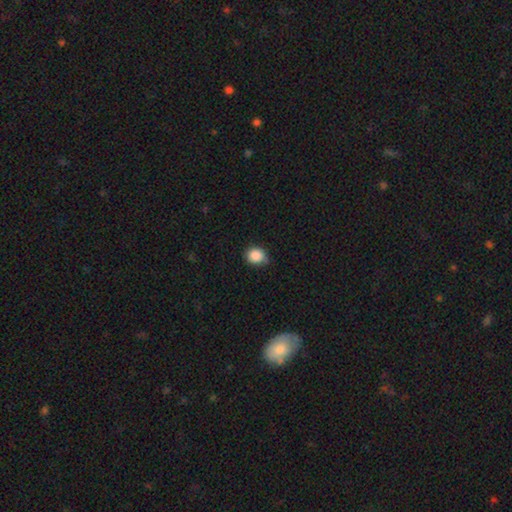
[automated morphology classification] smooth-or-featured: smooth: 88% | star or artifact: 9% | featured or disk: 3%
  how-rounded: round: 72% | in between: 27% | cigar-shaped: 1%
  merging: none: 72% | minor disturbance: 23% | major disturbance: 3% | merger: 2%